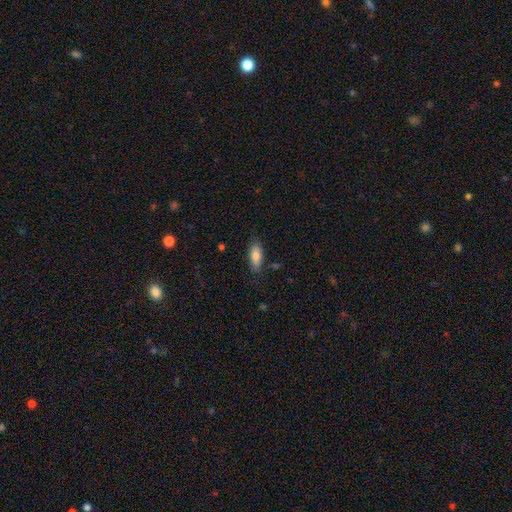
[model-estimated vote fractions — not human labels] smooth_or_featured: smooth (p=0.83) [alt: featured or disk p=0.10]
how_rounded: in between (p=0.77) [alt: cigar-shaped p=0.21]
merging: none (p=0.82) [alt: minor disturbance p=0.13]